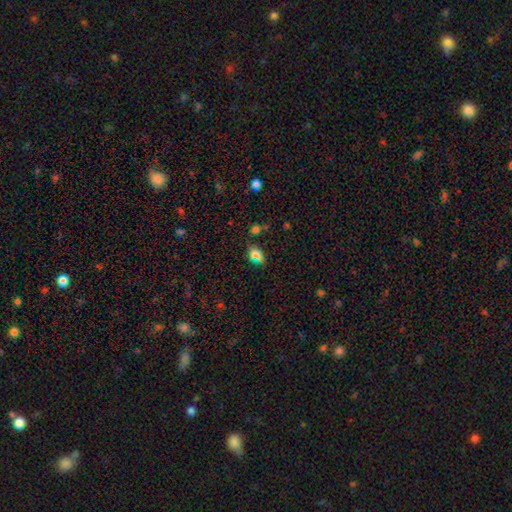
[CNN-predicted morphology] Q: Smooth or featured?
A: smooth (74%); runner-up: star or artifact (17%)
Q: How rounded?
A: in between (76%); runner-up: round (21%)
Q: Merging?
A: none (67%); runner-up: minor disturbance (19%)